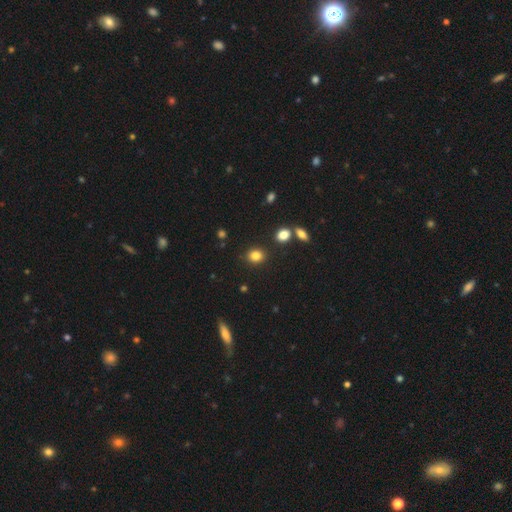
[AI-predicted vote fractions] A smooth galaxy with no disk features (83%) that is round (70%).

Vote fractions:
- Smooth or featured? smooth: 83% / star or artifact: 12% / featured or disk: 5%
- How rounded? round: 70% / in between: 29% / cigar-shaped: 1%
- Merging? none: 86% / minor disturbance: 8% / merger: 4% / major disturbance: 3%